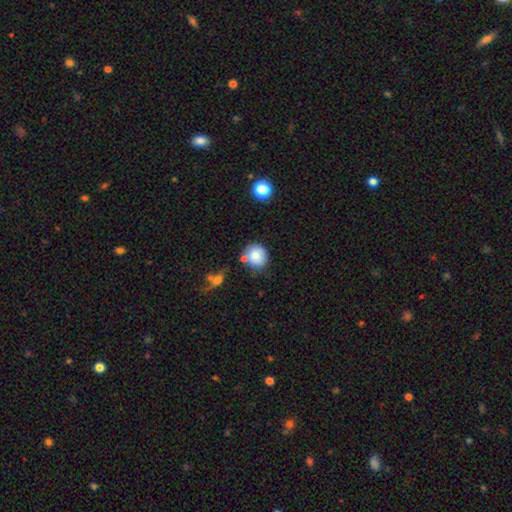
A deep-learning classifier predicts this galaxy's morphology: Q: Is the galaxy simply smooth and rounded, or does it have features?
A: smooth — 78%.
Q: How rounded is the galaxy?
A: round — 81%.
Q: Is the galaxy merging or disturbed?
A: none — 63%.